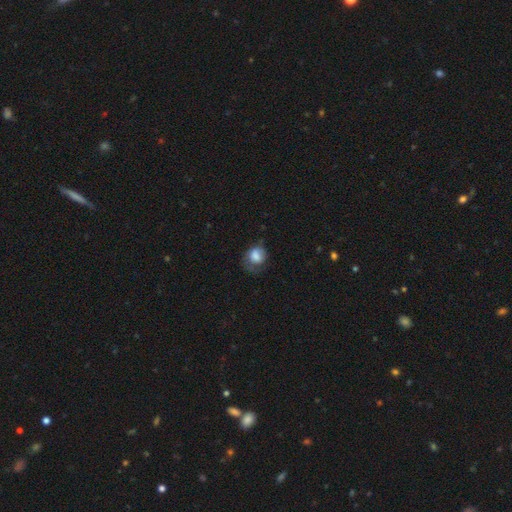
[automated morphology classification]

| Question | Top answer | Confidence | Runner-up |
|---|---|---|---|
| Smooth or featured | smooth | 72% | featured or disk (20%) |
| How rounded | round | 55% | in between (44%) |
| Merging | none | 39% | minor disturbance (30%) |